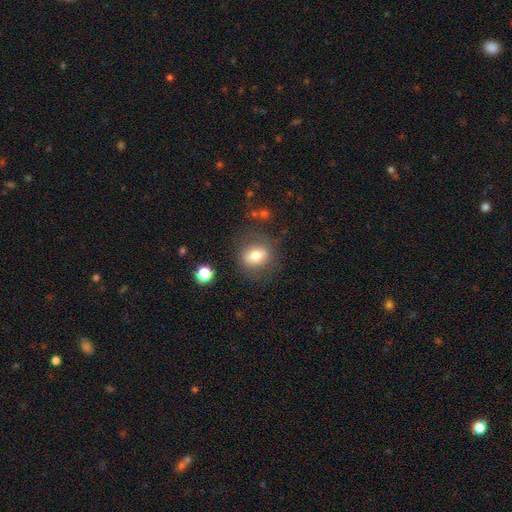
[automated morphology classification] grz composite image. It shows a smooth galaxy with no disk features (68%) that is round (57%). Merging: none (76%).